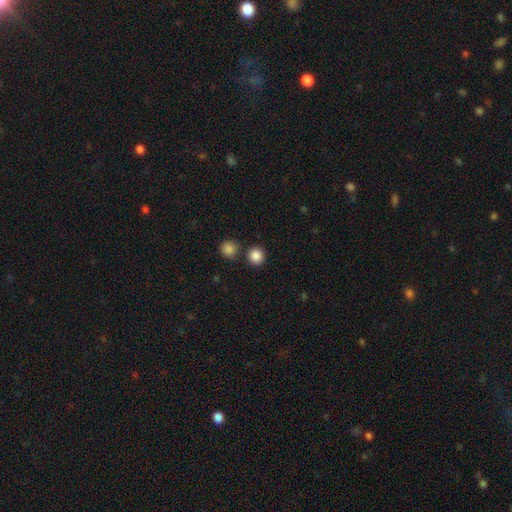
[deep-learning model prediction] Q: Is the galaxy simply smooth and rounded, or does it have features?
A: smooth — 87%.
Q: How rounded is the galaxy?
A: round — 93%.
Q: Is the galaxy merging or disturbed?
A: none — 82%.